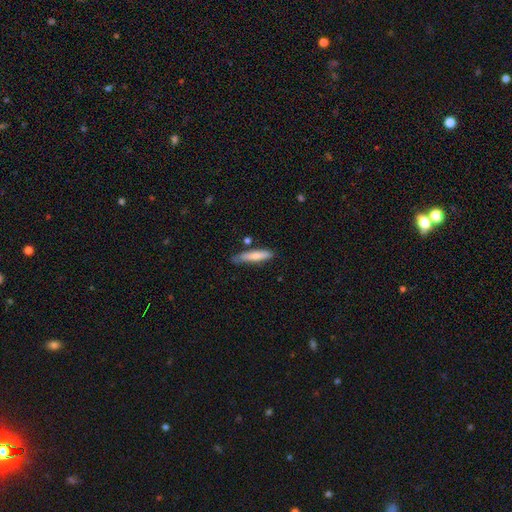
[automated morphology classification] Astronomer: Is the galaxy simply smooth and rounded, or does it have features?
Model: smooth — 75%.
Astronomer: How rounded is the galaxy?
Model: cigar-shaped — 86%.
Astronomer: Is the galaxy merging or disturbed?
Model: none — 71%.